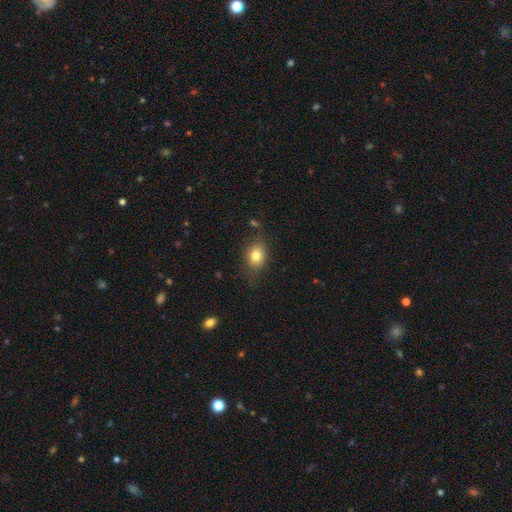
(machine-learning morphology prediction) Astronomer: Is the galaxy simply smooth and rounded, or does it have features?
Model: smooth — 79%.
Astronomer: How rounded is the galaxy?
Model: in between — 63%.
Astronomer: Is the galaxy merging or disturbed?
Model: none — 74%.